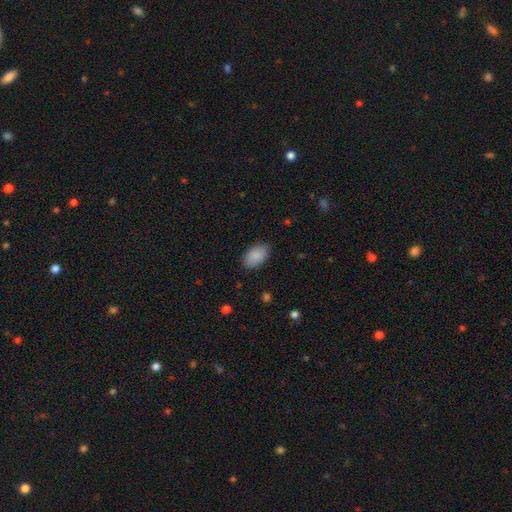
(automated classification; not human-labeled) Q: Smooth or featured?
A: smooth (87%); runner-up: star or artifact (7%)
Q: How rounded?
A: in between (92%); runner-up: round (6%)
Q: Merging?
A: none (83%); runner-up: minor disturbance (13%)